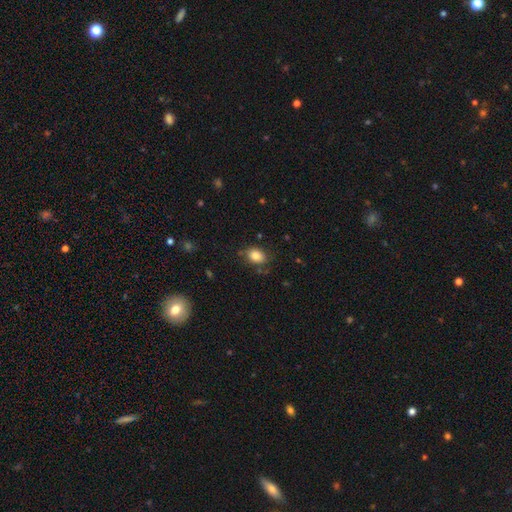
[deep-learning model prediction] A smooth galaxy with no disk features (84%) that is in between round and cigar-shaped (72%).

Vote fractions:
- Smooth or featured? smooth: 84% / star or artifact: 9% / featured or disk: 7%
- How rounded? in between: 72% / round: 27% / cigar-shaped: 1%
- Merging? none: 76% / minor disturbance: 16% / major disturbance: 5% / merger: 3%